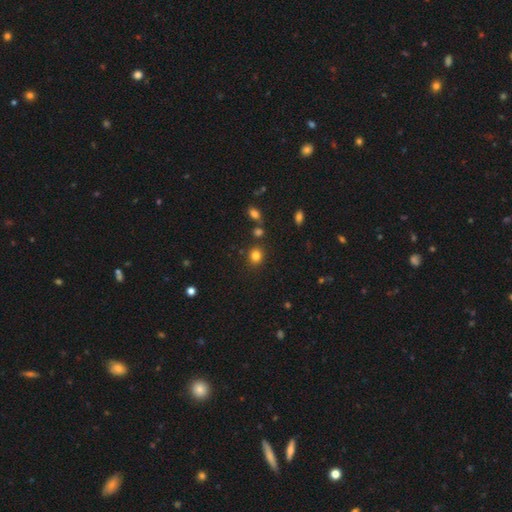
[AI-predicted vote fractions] This appears to be a smooth galaxy with no disk features (82%) that is round (75%). Merging: none (84%).